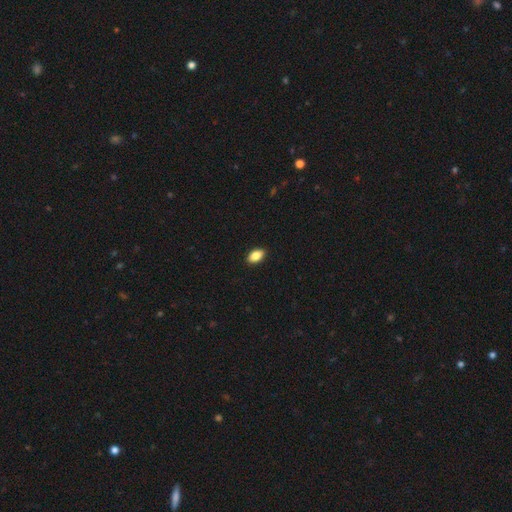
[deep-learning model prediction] Smooth or featured? Predicted: smooth (p=0.86). How rounded? Predicted: in between (p=0.91). Merging? Predicted: none (p=0.90).